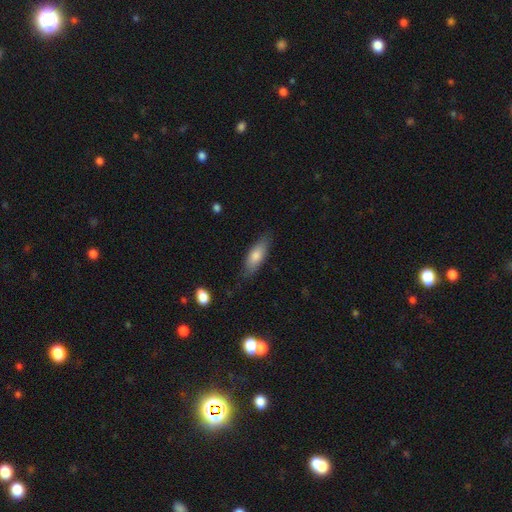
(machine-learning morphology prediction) smooth 74%, featured or disk 19%, star or artifact 6%. Down the decision tree: how rounded — in between (63%); merging — none (79%).